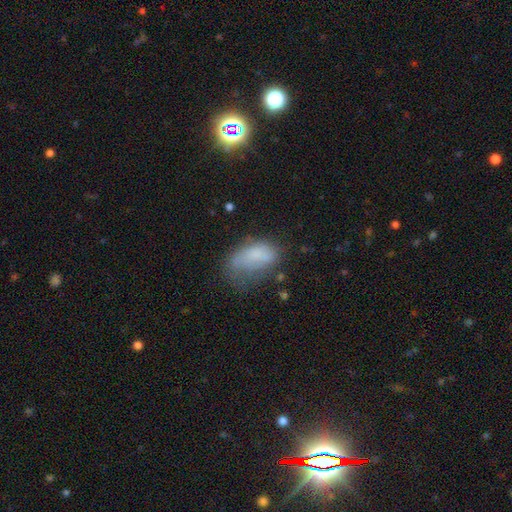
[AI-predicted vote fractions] smooth 66%, featured or disk 22%, star or artifact 12%. Down the decision tree: how rounded — in between (91%); merging — major disturbance (33%).